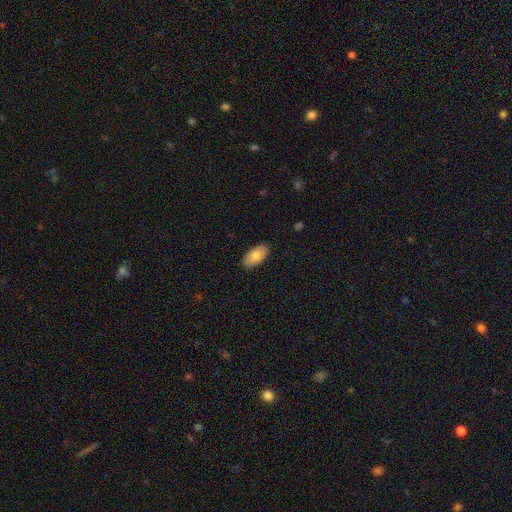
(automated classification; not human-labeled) A smooth galaxy with no disk features (81%) that is in between round and cigar-shaped (94%). Merging: none (87%).